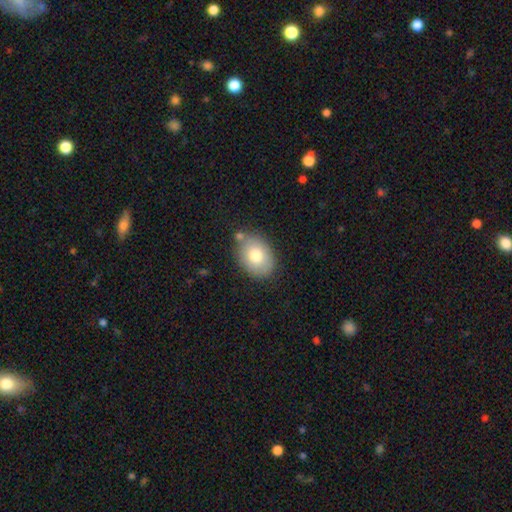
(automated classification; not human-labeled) A smooth galaxy with no disk features (77%) that is in between round and cigar-shaped (76%).

Vote fractions:
- Smooth or featured? smooth: 77% / featured or disk: 16% / star or artifact: 7%
- How rounded? in between: 76% / round: 23% / cigar-shaped: 1%
- Merging? none: 75% / minor disturbance: 15% / merger: 6% / major disturbance: 4%